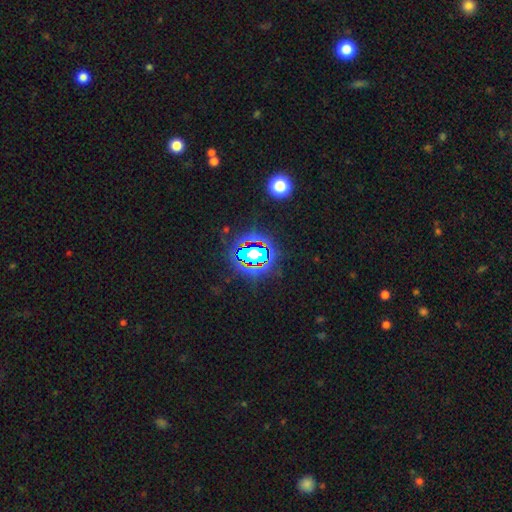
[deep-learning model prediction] star or artifact 64%, smooth 19%, featured or disk 17%.